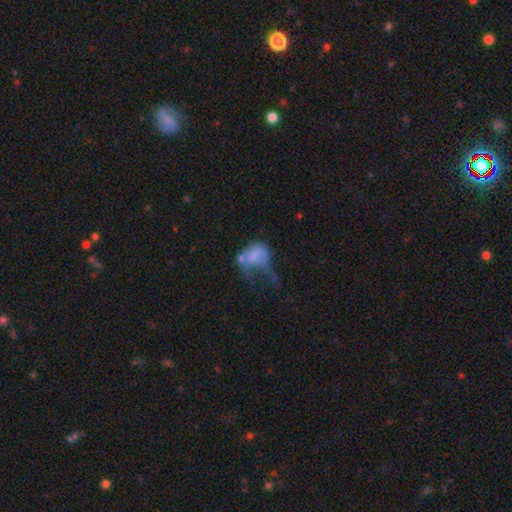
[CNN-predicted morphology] smooth 58%, featured or disk 31%, star or artifact 11%. Down the decision tree: how rounded — in between (66%); merging — major disturbance (53%).